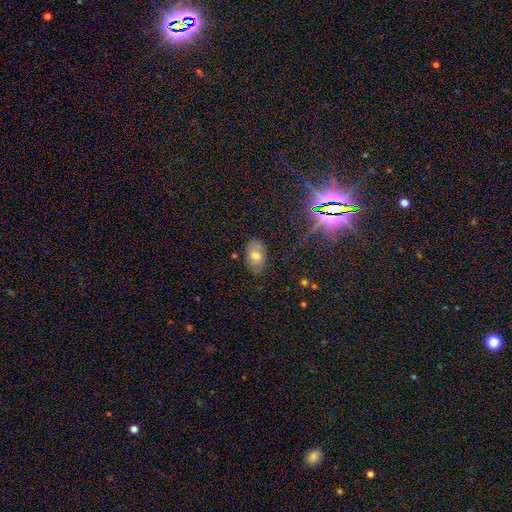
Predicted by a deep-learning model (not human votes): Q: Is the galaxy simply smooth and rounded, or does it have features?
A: smooth — 68%.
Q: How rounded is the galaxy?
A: in between — 90%.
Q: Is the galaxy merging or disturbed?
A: none — 80%.